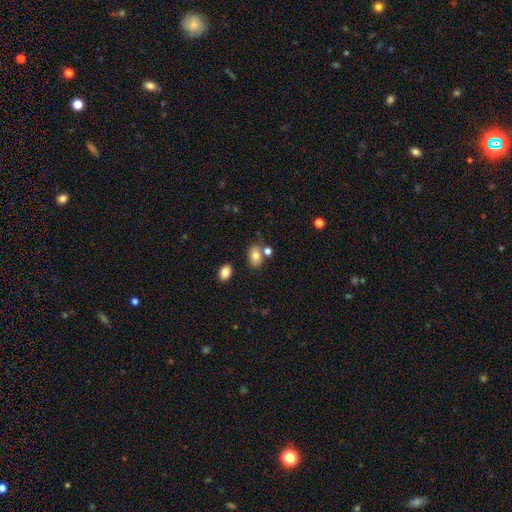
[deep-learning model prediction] Morphology: type=smooth (79%); roundness=in between (79%); merging=none (64%).